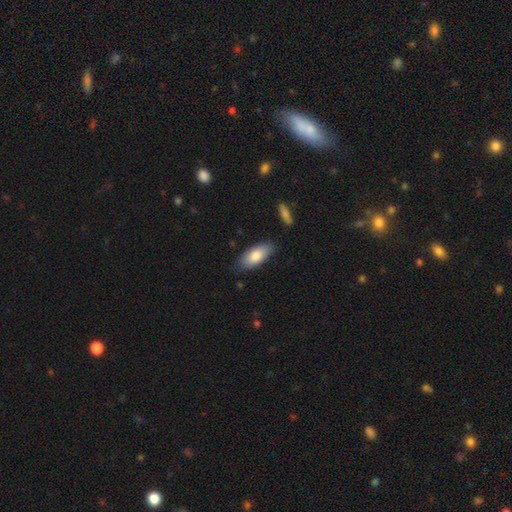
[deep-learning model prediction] smooth-or-featured: smooth: 81% | featured or disk: 14% | star or artifact: 6%
  how-rounded: in between: 85% | cigar-shaped: 13% | round: 2%
  merging: none: 82% | minor disturbance: 14% | major disturbance: 2% | merger: 2%